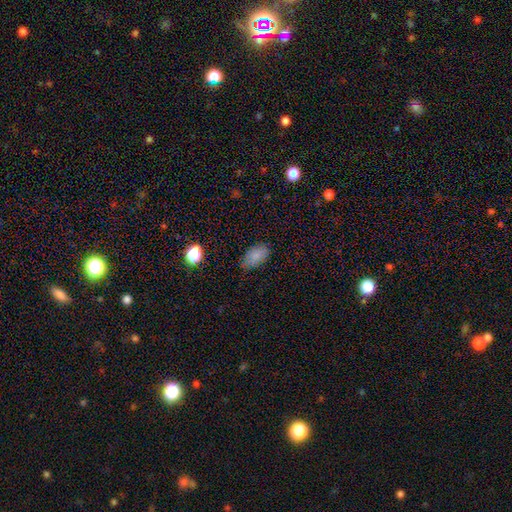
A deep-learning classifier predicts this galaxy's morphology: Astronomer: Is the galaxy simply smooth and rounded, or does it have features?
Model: smooth — 81%.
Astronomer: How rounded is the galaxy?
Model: in between — 91%.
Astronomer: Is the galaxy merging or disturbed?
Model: none — 73%.